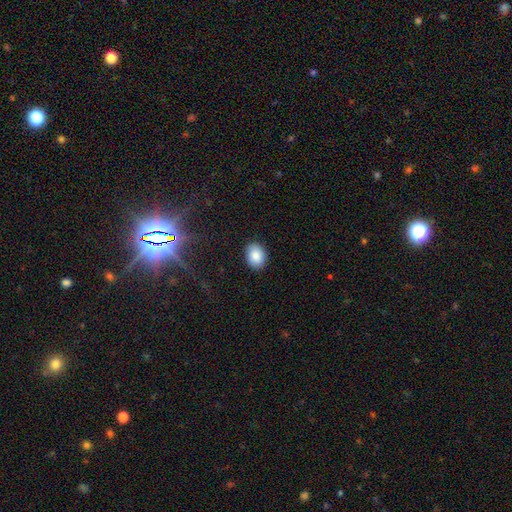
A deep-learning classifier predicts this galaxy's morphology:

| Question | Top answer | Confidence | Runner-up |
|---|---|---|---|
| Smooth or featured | smooth | 87% | star or artifact (8%) |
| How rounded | in between | 62% | round (37%) |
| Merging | none | 87% | minor disturbance (9%) |